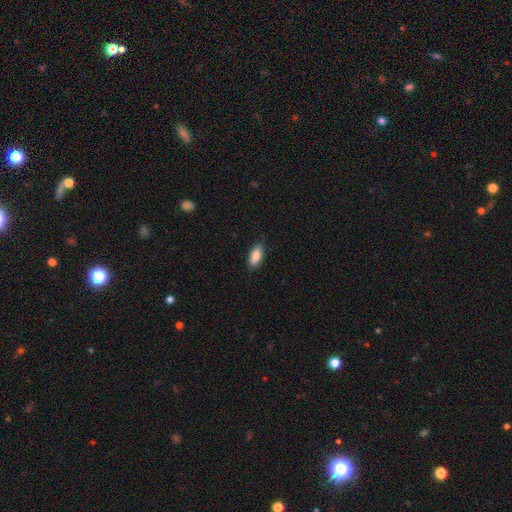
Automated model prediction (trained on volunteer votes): smooth_or_featured: smooth (p=0.86) [alt: featured or disk p=0.08]
how_rounded: in between (p=0.88) [alt: cigar-shaped p=0.09]
merging: none (p=0.86) [alt: minor disturbance p=0.11]